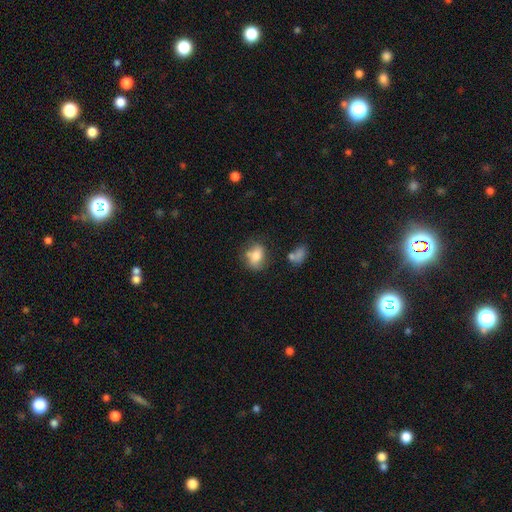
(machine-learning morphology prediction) This is likely a smooth galaxy (72%). How rounded: likely in between (63%). Merging: possibly none (54%).